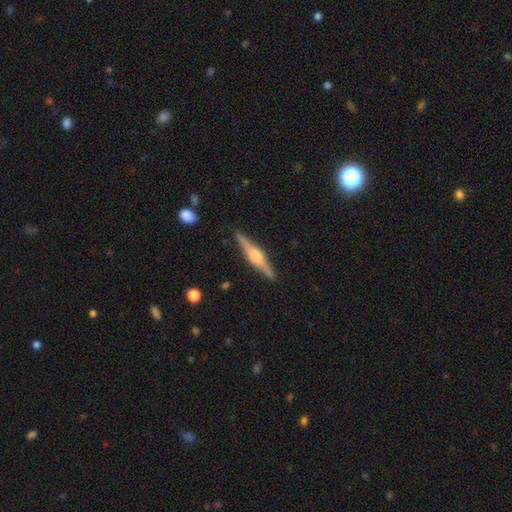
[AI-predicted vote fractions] Smooth or featured: featured or disk — 79% (smooth — 16%)
Edge-on disk: yes — 98% (no — 2%)
Edge-on bulge: rounded — 85% (boxy — 12%)
Merging: none — 90% (minor disturbance — 7%)